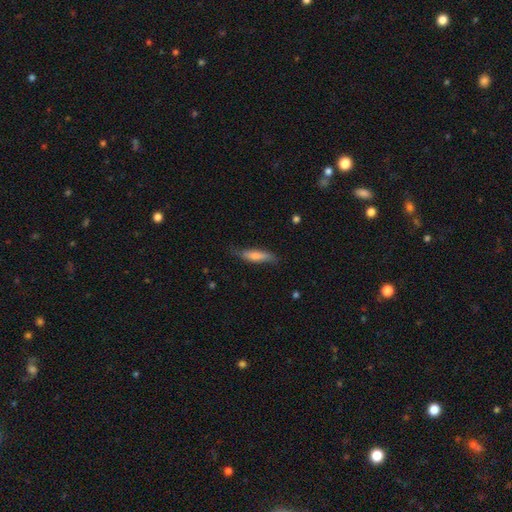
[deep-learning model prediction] Smooth or featured: smooth — 68% (featured or disk — 26%)
How rounded: cigar-shaped — 69% (in between — 29%)
Merging: none — 65% (minor disturbance — 26%)